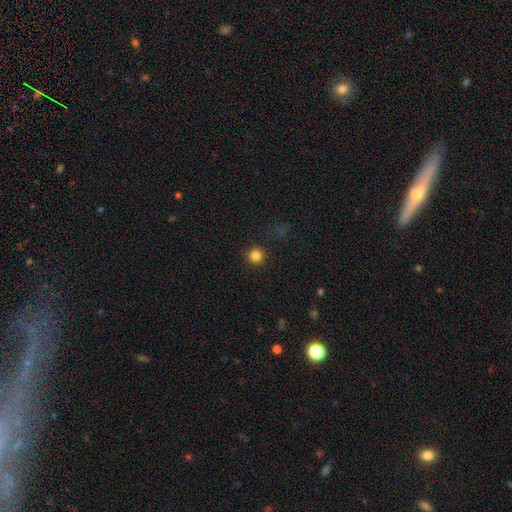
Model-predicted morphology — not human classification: This is clearly a smooth galaxy (83%). How rounded: clearly round (95%). Merging: clearly none (92%).